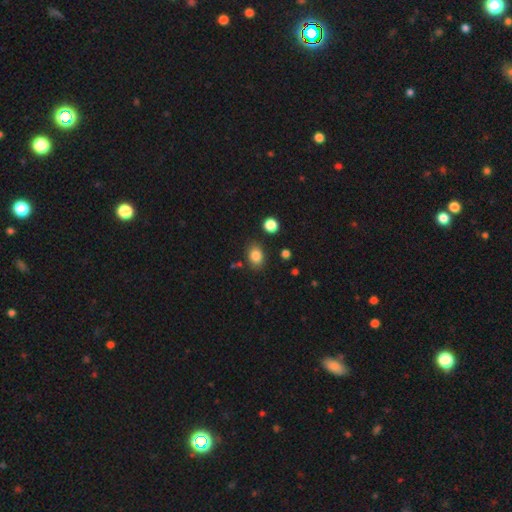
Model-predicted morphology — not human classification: Overall: smooth (84%). How rounded: in between (64%; round 35%). Merging: none (81%).